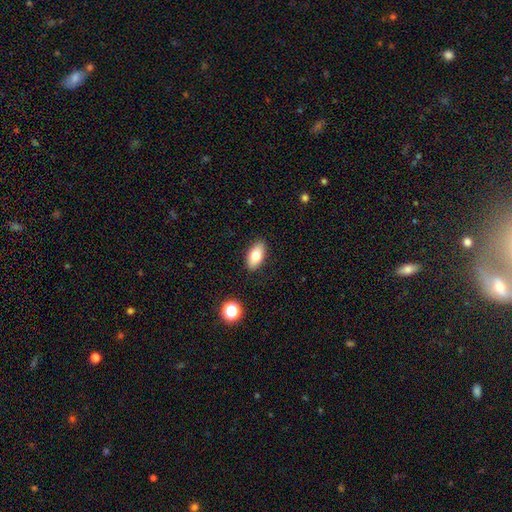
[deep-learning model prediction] smooth 77%, featured or disk 15%, star or artifact 8%. Down the decision tree: how rounded — in between (89%); merging — none (88%).